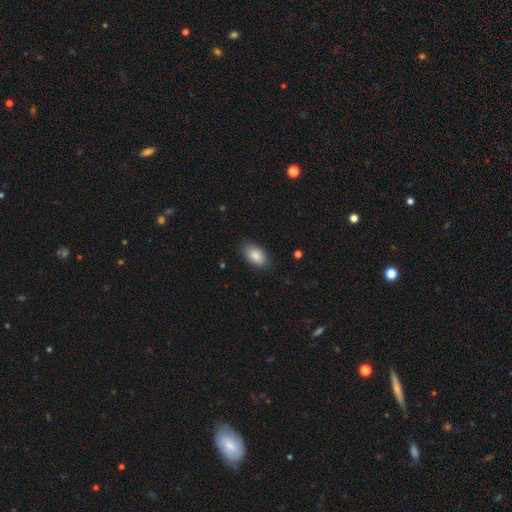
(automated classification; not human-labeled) This appears to be a smooth galaxy with no disk features (87%) that is in between round and cigar-shaped (93%). Merging: none (86%).